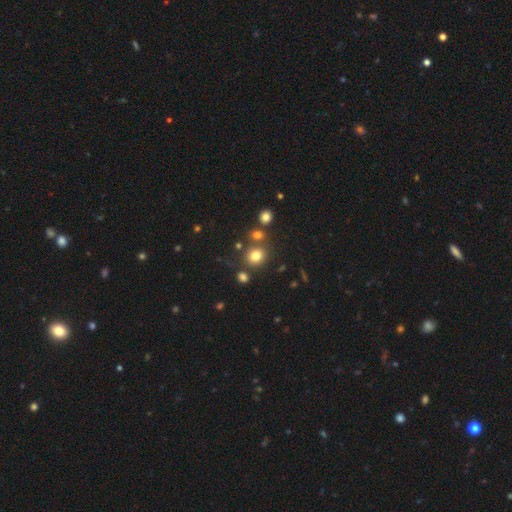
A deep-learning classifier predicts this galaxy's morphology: Q: Smooth or featured?
A: smooth (77%); runner-up: star or artifact (15%)
Q: How rounded?
A: round (83%); runner-up: in between (16%)
Q: Merging?
A: none (74%); runner-up: merger (13%)